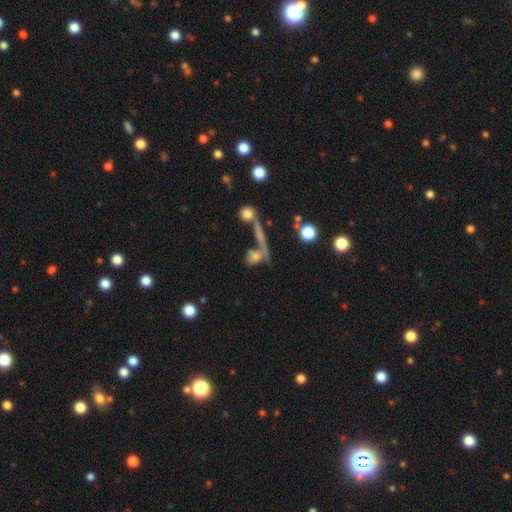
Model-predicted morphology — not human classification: Overall: smooth (36%; star or artifact 35%). Merging: none (39%; merger 36%).